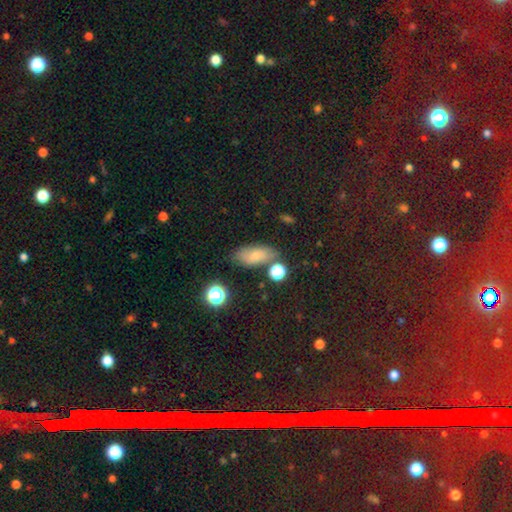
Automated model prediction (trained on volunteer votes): The model was most divided on "merging": none: 71%, minor disturbance: 17%, merger: 7%, major disturbance: 5%. More confident: how rounded — in between (85%); smooth or featured — smooth (72%).